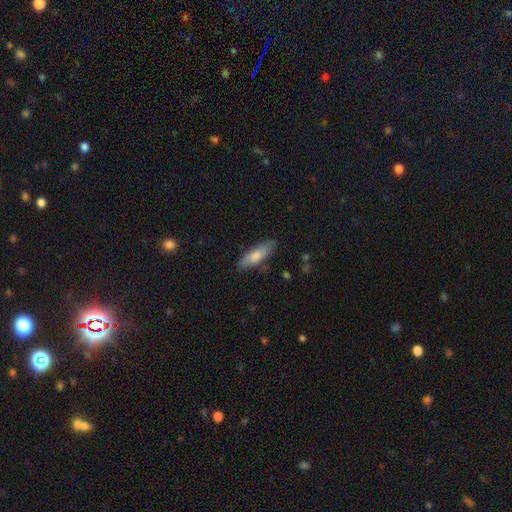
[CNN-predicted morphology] smooth 77%, featured or disk 17%, star or artifact 6%. Down the decision tree: how rounded — in between (54%); merging — none (82%).